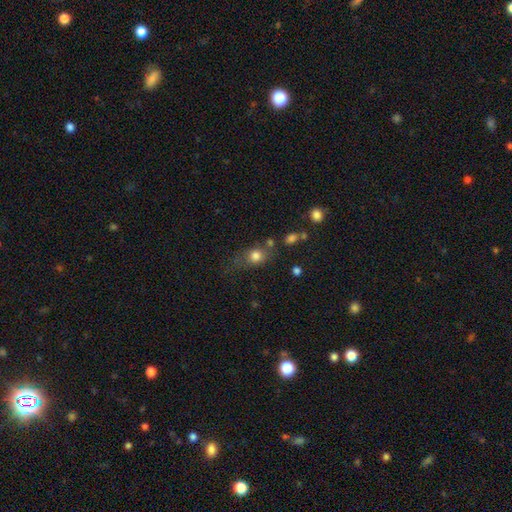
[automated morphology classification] Q: Smooth or featured?
A: smooth (79%); runner-up: star or artifact (11%)
Q: How rounded?
A: round (56%); runner-up: in between (41%)
Q: Merging?
A: none (52%); runner-up: minor disturbance (23%)